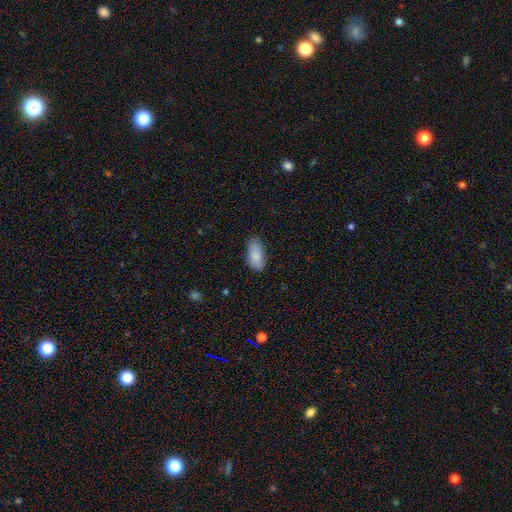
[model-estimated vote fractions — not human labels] A smooth galaxy with no disk features (85%) that is in between round and cigar-shaped (91%).

Vote fractions:
- Smooth or featured? smooth: 85% / featured or disk: 9% / star or artifact: 6%
- How rounded? in between: 91% / cigar-shaped: 6% / round: 2%
- Merging? none: 73% / minor disturbance: 22% / major disturbance: 4% / merger: 1%